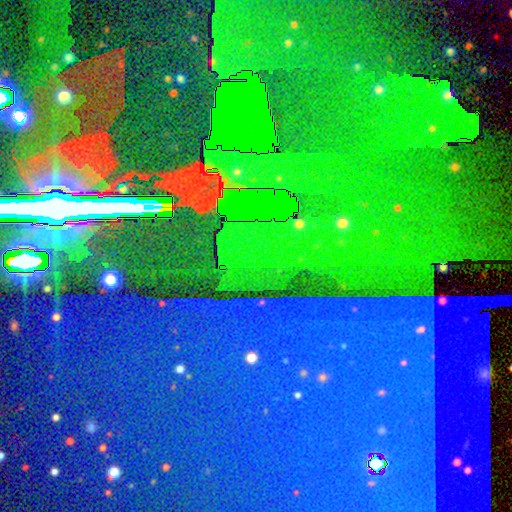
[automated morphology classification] Smooth or featured?
  - star or artifact: 86% *
  - featured or disk: 7%
  - smooth: 7%